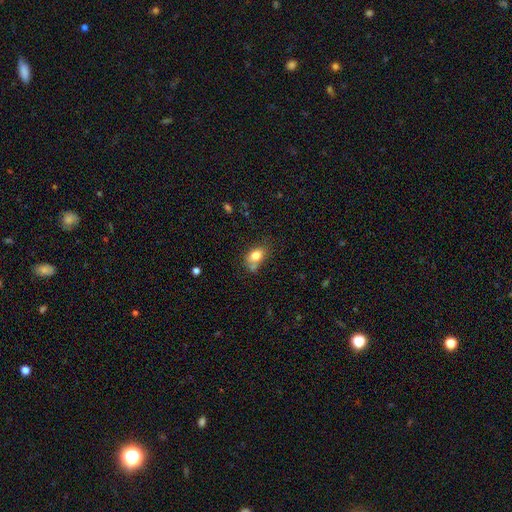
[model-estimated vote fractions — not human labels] Morphology: type=smooth (78%); roundness=in between (81%); merging=none (50%).